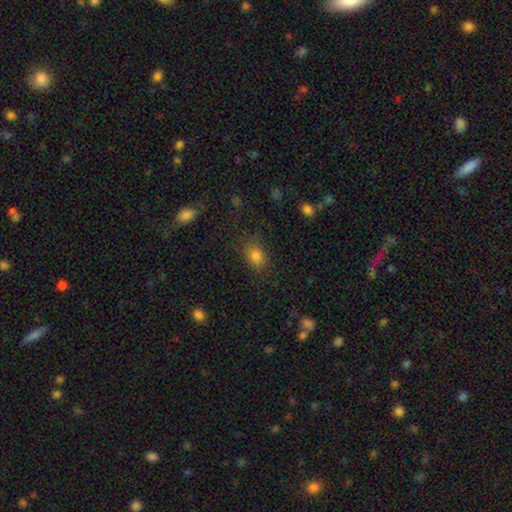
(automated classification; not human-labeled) smooth_or_featured: smooth (p=0.80) [alt: star or artifact p=0.13]
how_rounded: in between (p=0.64) [alt: round p=0.35]
merging: none (p=0.76) [alt: minor disturbance p=0.16]